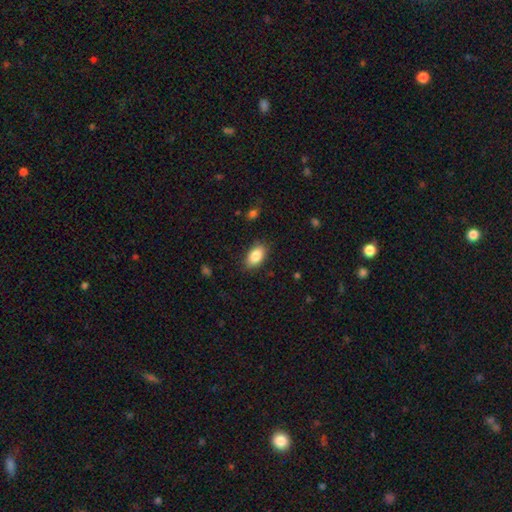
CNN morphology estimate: type=smooth (87%); roundness=in between (92%); merging=none (85%).